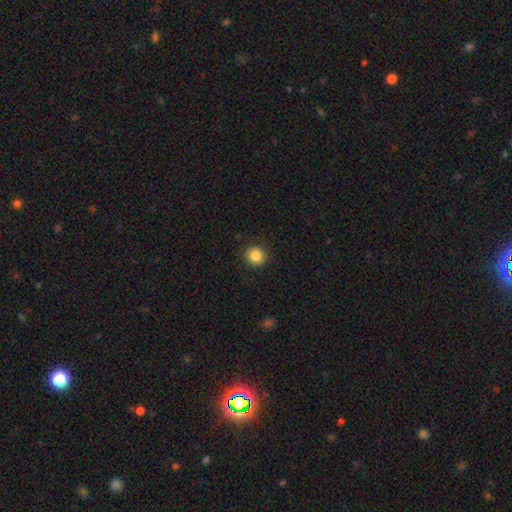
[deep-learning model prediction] Q: Smooth or featured?
A: smooth (85%); runner-up: star or artifact (10%)
Q: How rounded?
A: round (92%); runner-up: in between (7%)
Q: Merging?
A: none (91%); runner-up: minor disturbance (6%)